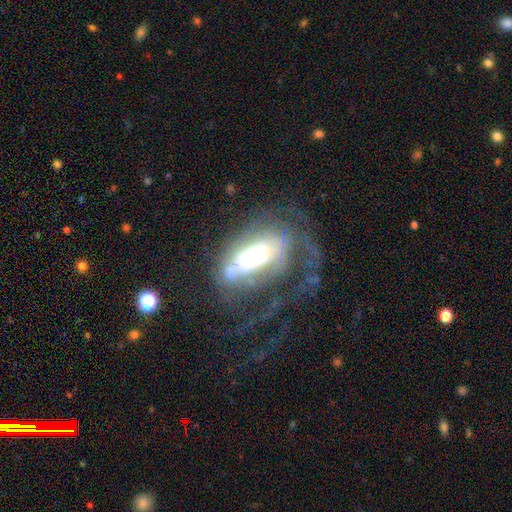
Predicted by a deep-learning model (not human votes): The model was most divided on "merging": major disturbance: 43%, none: 32%, minor disturbance: 19%, merger: 6%. More confident: edge-on disk — no (91%); smooth or featured — featured or disk (71%); spiral arms — yes (61%); bar — no (61%); bulge size — moderate (51%).